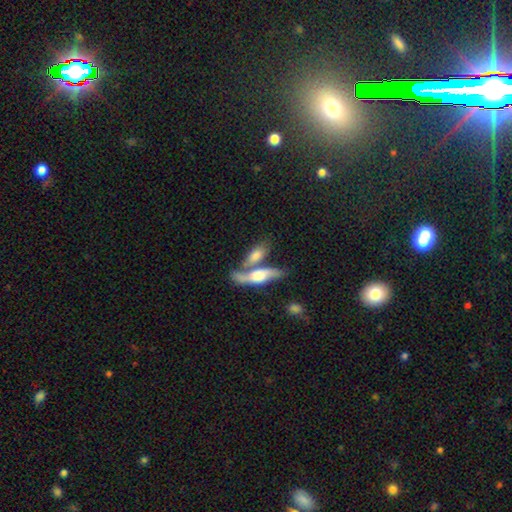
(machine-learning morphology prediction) smooth_or_featured: smooth (p=0.61) [alt: featured or disk p=0.32]
how_rounded: in between (p=0.63) [alt: cigar-shaped p=0.33]
merging: merger (p=0.53) [alt: none p=0.32]